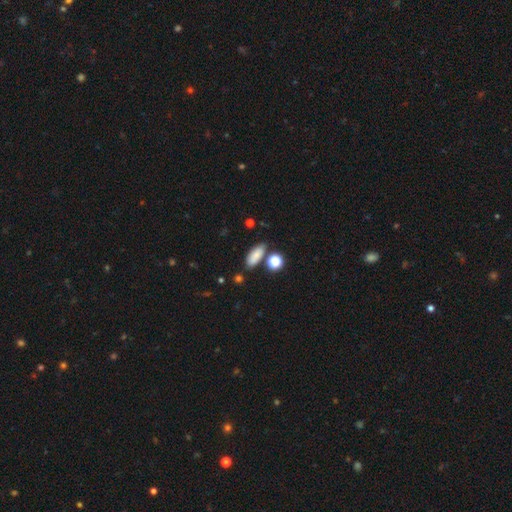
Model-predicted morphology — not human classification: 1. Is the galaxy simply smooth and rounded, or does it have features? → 81% smooth, 10% star or artifact, 9% featured or disk.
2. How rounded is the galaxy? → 77% in between, 17% cigar-shaped, 6% round.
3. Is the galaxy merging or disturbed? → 75% none, 13% minor disturbance, 8% merger, 4% major disturbance.